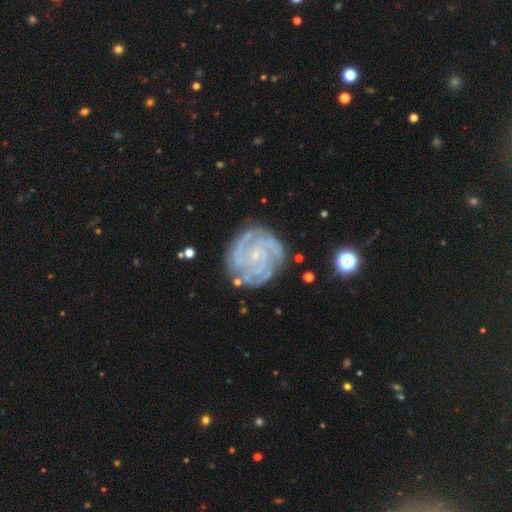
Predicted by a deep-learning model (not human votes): The model was most divided on "spiral arm count": 3: 31%, 4: 22%, 2: 18%, can't tell: 14%, more than 4: 8%, 1: 6%. More confident: spiral arms — yes (98%); edge-on disk — no (98%); smooth or featured — featured or disk (90%); bulge size — small (84%); merging — none (78%); spiral winding — tight (77%); bar — no (69%).